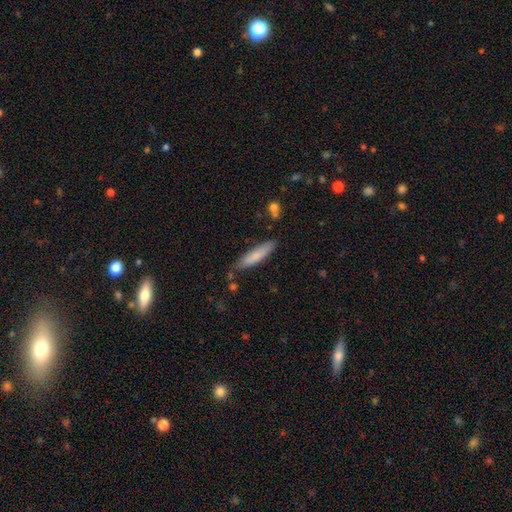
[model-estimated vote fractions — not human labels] The model was most divided on "merging": none: 78%, minor disturbance: 16%, merger: 3%, major disturbance: 3%. More confident: how rounded — cigar-shaped (81%); smooth or featured — smooth (79%).